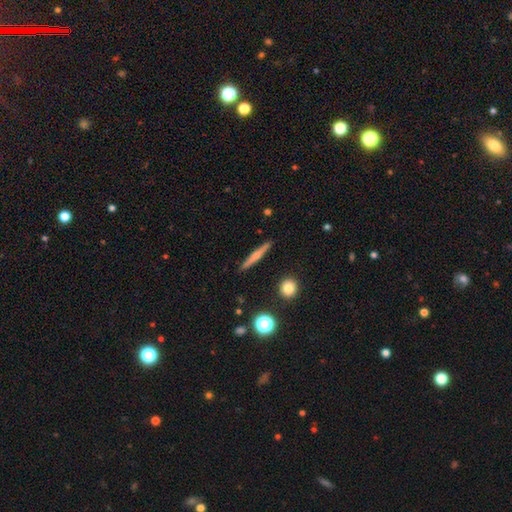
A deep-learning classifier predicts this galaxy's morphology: The model was most divided on "smooth or featured": smooth: 48%, featured or disk: 45%, star or artifact: 7%. More confident: merging — none (90%).